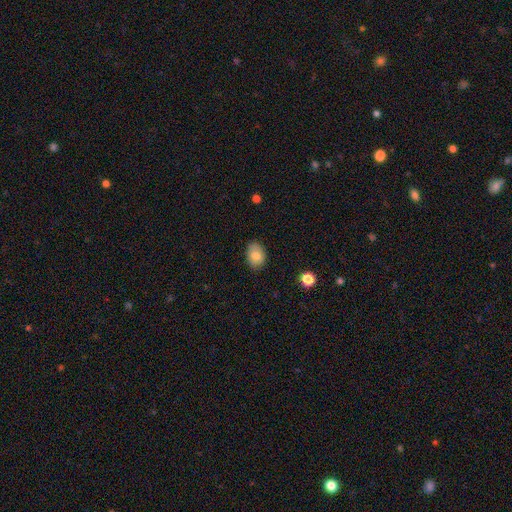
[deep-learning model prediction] This is clearly a smooth galaxy (81%). How rounded: likely in between (73%). Merging: clearly none (80%).